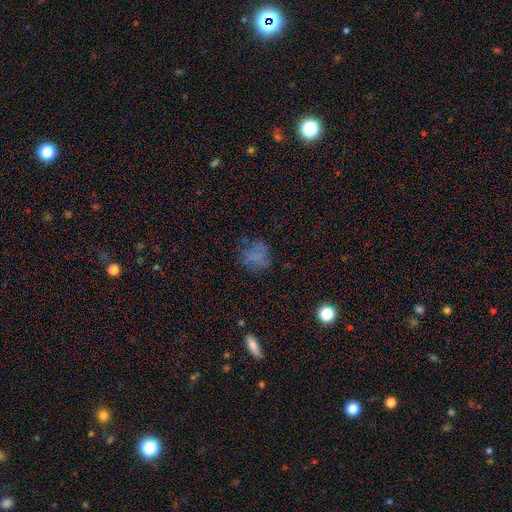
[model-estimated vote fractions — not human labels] This is possibly a smooth galaxy (56%). How rounded: likely round (66%). Merging: possibly none (57%).